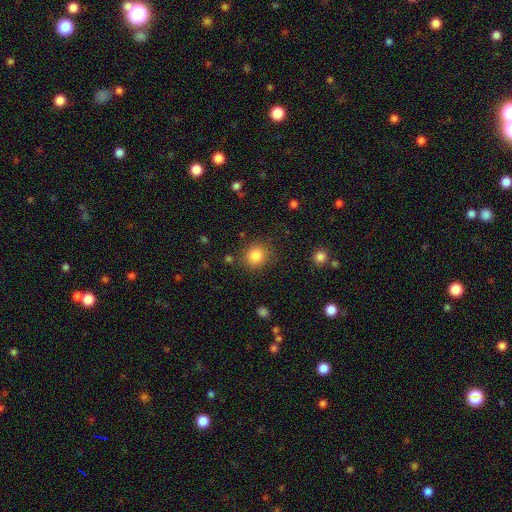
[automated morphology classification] Smooth or featured? smooth (84%)
How rounded? round (83%)
Merging? none (82%)